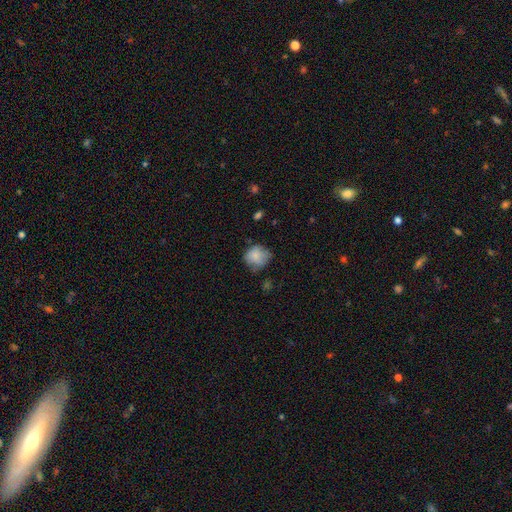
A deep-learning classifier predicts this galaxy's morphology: Smooth or featured?
  - smooth: 79% *
  - featured or disk: 13%
  - star or artifact: 9%
How rounded?
  - round: 76% *
  - in between: 23%
  - cigar-shaped: 1%
Merging?
  - none: 59% *
  - minor disturbance: 30%
  - major disturbance: 9%
  - merger: 2%